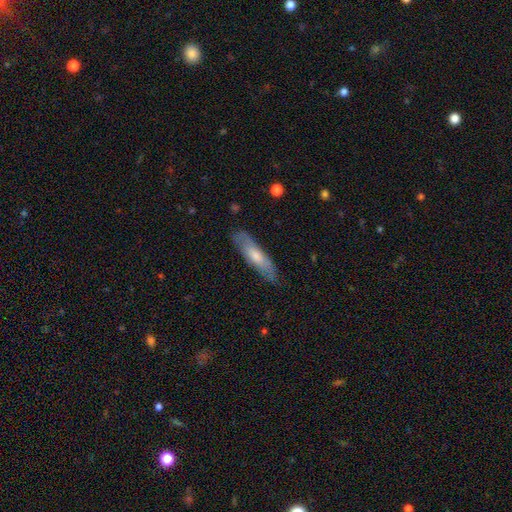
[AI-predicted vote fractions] Smooth or featured?
  - smooth: 53% *
  - featured or disk: 41%
  - star or artifact: 6%
How rounded?
  - cigar-shaped: 71% *
  - in between: 27%
  - round: 2%
Merging?
  - none: 82% *
  - minor disturbance: 14%
  - major disturbance: 3%
  - merger: 1%